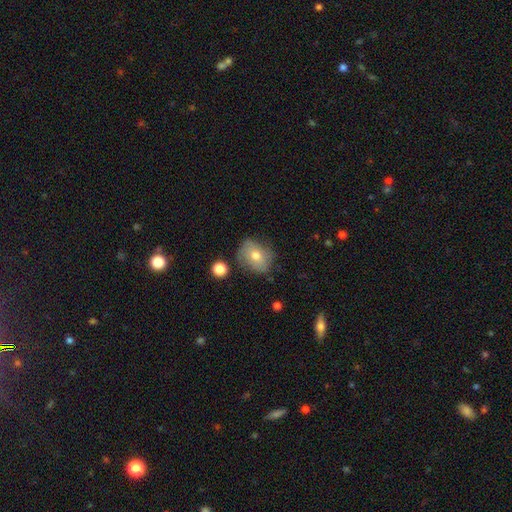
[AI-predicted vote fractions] smooth_or_featured: smooth (p=0.69) [alt: featured or disk p=0.22]
how_rounded: round (p=0.56) [alt: in between p=0.43]
merging: none (p=0.69) [alt: minor disturbance p=0.22]